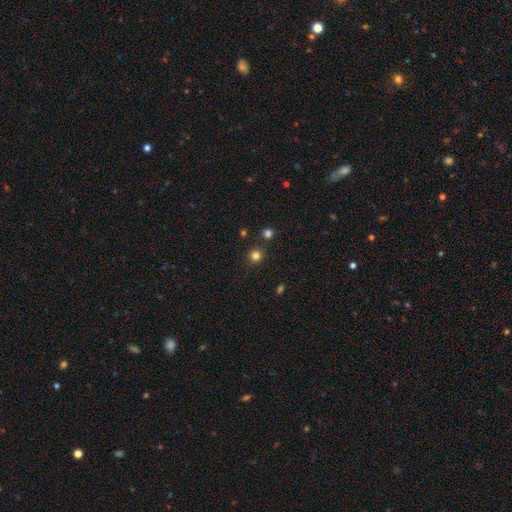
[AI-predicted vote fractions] A smooth galaxy with no disk features (78%) that is round (88%). Merging: none (83%).